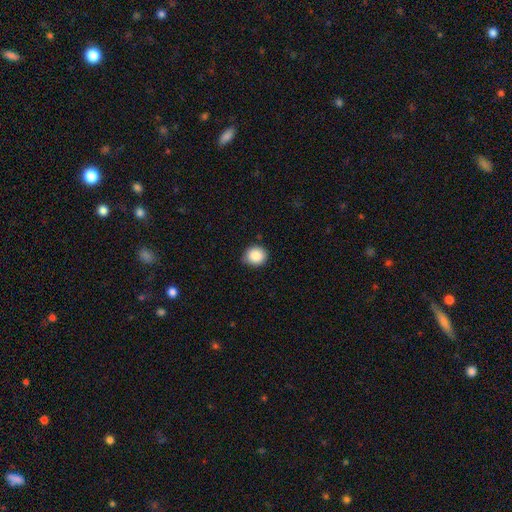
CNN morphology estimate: This appears to be a smooth galaxy with no disk features (87%) that is round (79%). Merging: none (81%).